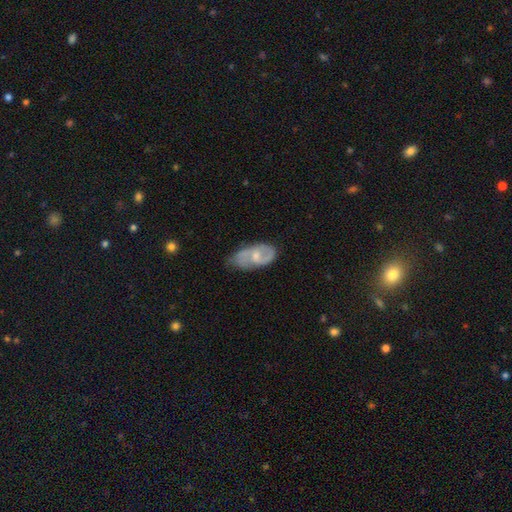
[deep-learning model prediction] Smooth or featured? featured or disk (67%)
Edge-on disk? no (95%)
Bar? no (46%)
Spiral arms? yes (84%)
Spiral winding? medium (48%)
Spiral arm count? 2 (76%)
Bulge size? small (50%)
Merging? none (57%)